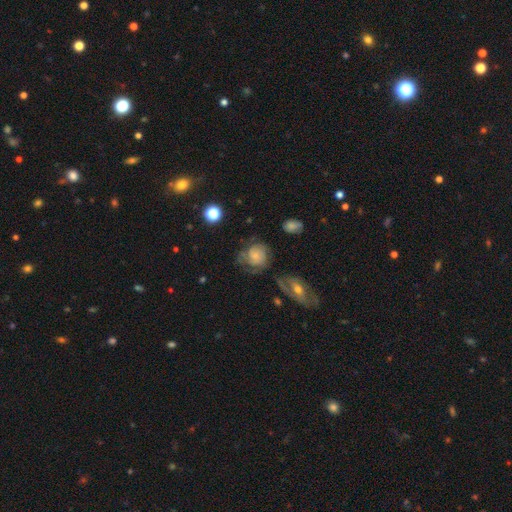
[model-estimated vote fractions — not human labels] Overall: smooth (47%; featured or disk 41%). Merging: none (51%; minor disturbance 24%).